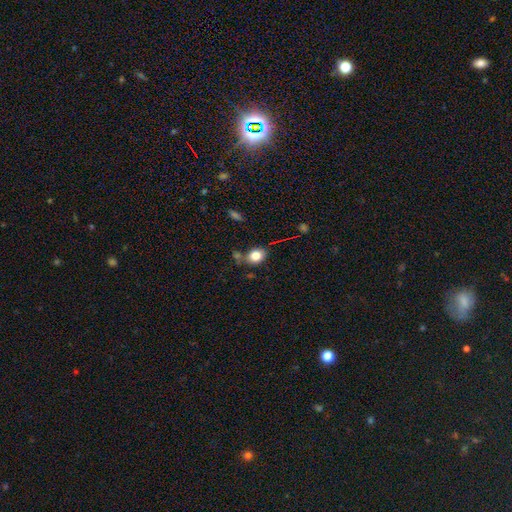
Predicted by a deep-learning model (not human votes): Morphology: type=smooth (80%); roundness=in between (53%); merging=none (71%).